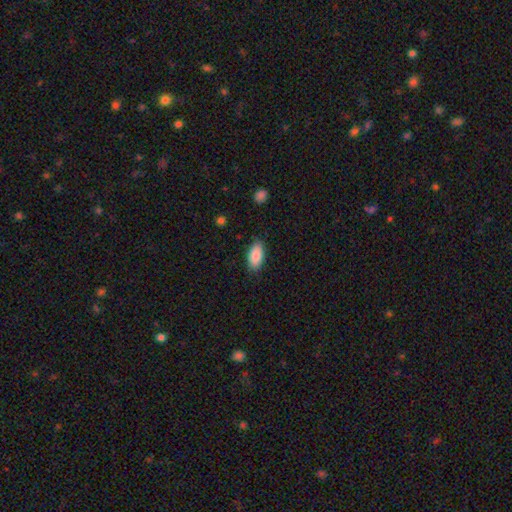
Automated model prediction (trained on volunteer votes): Smooth or featured?
  - smooth: 88% *
  - star or artifact: 6%
  - featured or disk: 6%
How rounded?
  - in between: 93% *
  - cigar-shaped: 5%
  - round: 2%
Merging?
  - none: 84% *
  - minor disturbance: 12%
  - major disturbance: 3%
  - merger: 1%